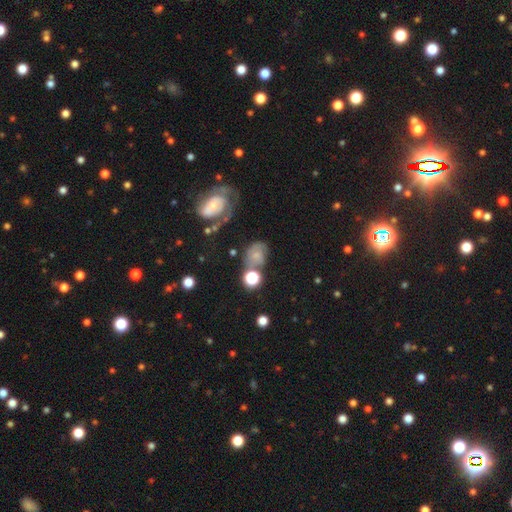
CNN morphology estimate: Overall: smooth (47%; featured or disk 37%). Merging: none (49%; minor disturbance 20%).